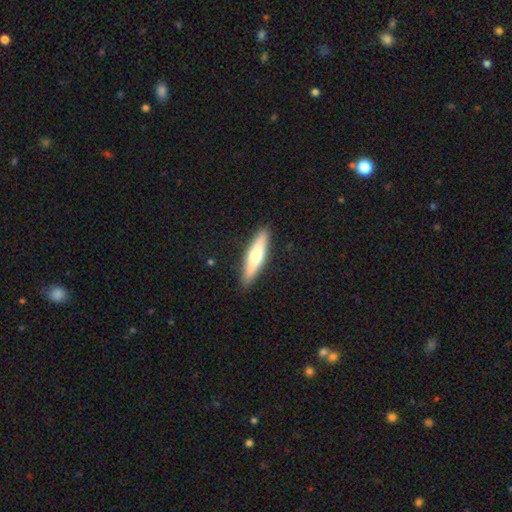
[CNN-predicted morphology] Smooth or featured? Predicted: smooth (p=0.59). How rounded? Predicted: cigar-shaped (p=0.80). Merging? Predicted: none (p=0.89).